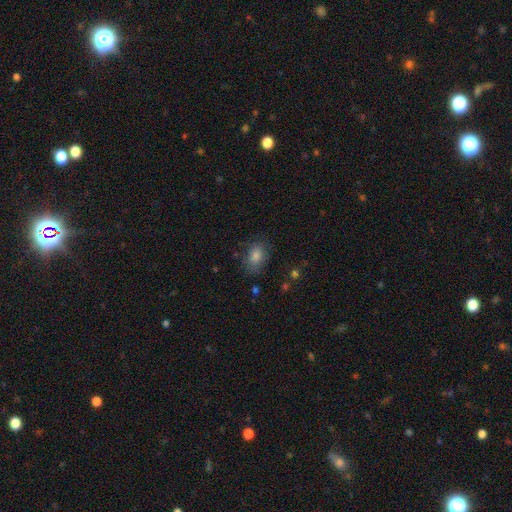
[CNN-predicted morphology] A smooth galaxy with no disk features (78%) that is in between round and cigar-shaped (79%).

Vote fractions:
- Smooth or featured? smooth: 78% / star or artifact: 13% / featured or disk: 8%
- How rounded? in between: 79% / round: 19% / cigar-shaped: 2%
- Merging? none: 80% / minor disturbance: 14% / major disturbance: 4% / merger: 2%